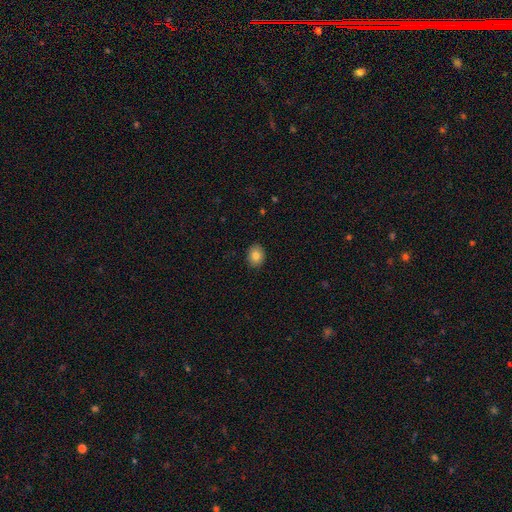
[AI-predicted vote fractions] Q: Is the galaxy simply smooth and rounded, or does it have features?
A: smooth — 83%.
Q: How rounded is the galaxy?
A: in between — 57%.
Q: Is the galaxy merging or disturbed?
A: none — 90%.